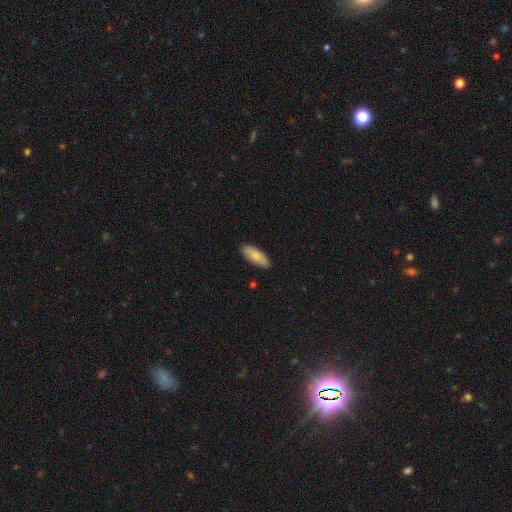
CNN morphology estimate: The model was most divided on "how rounded": in between: 79%, cigar-shaped: 19%, round: 2%. More confident: merging — none (87%); smooth or featured — smooth (83%).